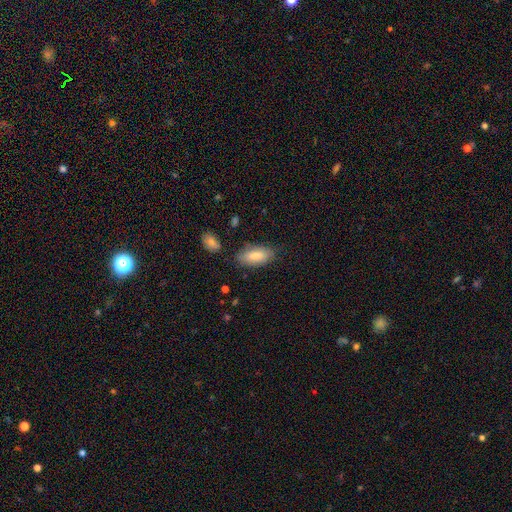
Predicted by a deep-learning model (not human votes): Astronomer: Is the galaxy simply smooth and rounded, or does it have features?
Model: smooth — 83%.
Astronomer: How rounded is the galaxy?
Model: in between — 87%.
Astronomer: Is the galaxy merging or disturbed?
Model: none — 77%.